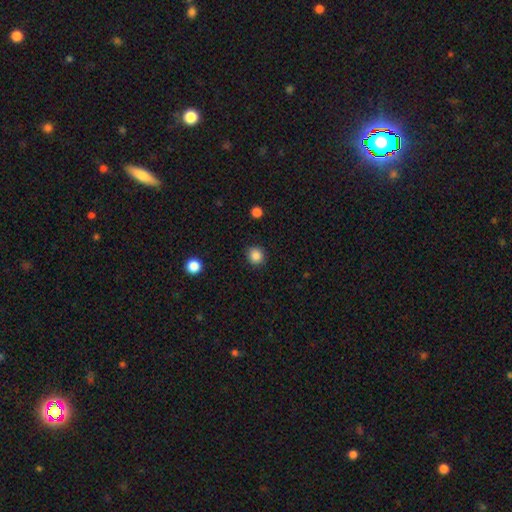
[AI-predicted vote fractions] Overall: smooth (87%). How rounded: round (90%). Merging: none (90%).